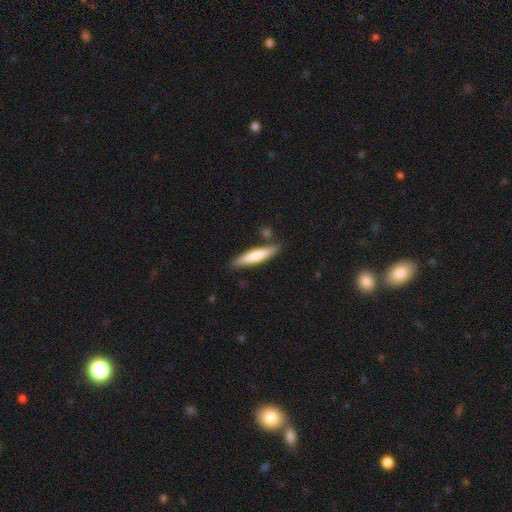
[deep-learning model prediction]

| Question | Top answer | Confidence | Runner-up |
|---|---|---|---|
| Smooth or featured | smooth | 73% | featured or disk (22%) |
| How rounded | cigar-shaped | 83% | in between (16%) |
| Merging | none | 82% | minor disturbance (12%) |